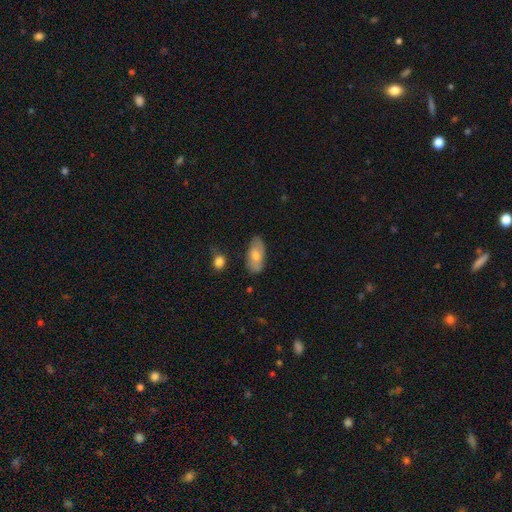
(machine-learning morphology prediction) type=smooth (60%); roundness=in between (90%); merging=none (79%).